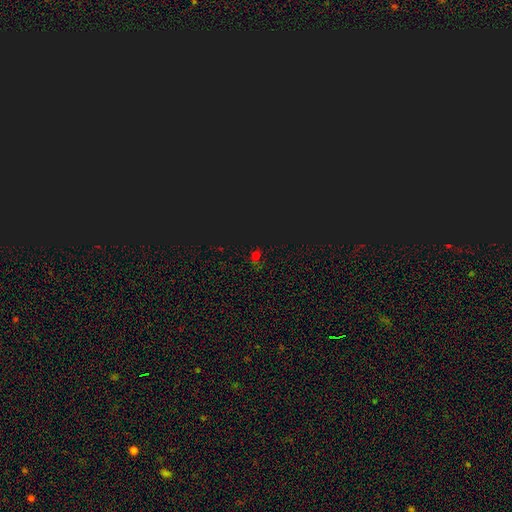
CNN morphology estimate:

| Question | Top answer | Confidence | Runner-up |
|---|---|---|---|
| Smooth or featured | star or artifact | 62% | smooth (30%) |